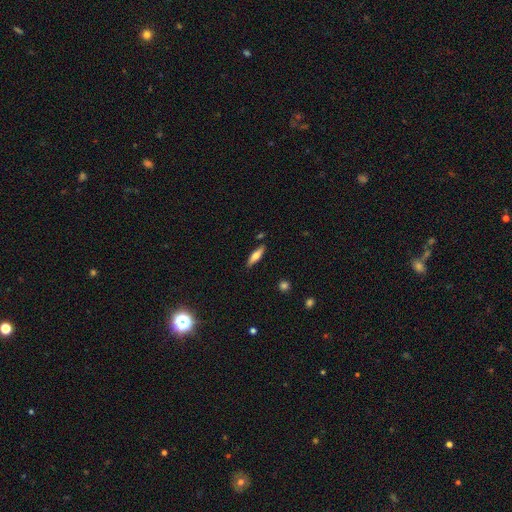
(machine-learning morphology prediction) This is likely a smooth galaxy (62%). How rounded: likely cigar-shaped (67%). Merging: clearly none (85%).